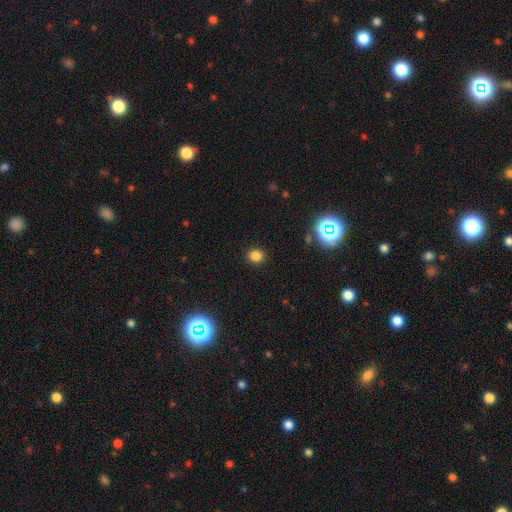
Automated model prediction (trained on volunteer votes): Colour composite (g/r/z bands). It shows a smooth galaxy with no disk features (80%) that is round (81%). Merging: none (90%).